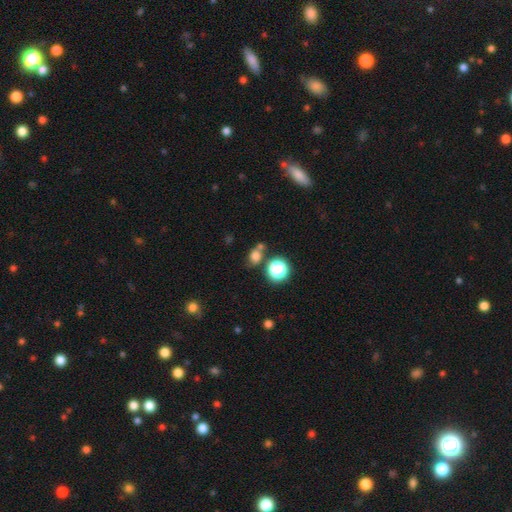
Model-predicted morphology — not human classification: Q: Smooth or featured?
A: smooth (70%); runner-up: star or artifact (22%)
Q: How rounded?
A: round (62%); runner-up: in between (37%)
Q: Merging?
A: none (57%); runner-up: merger (22%)